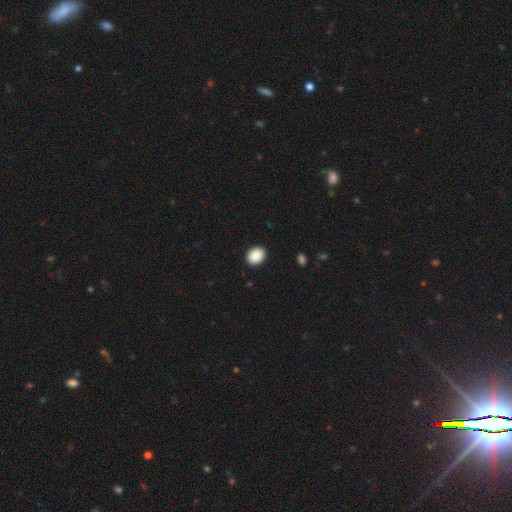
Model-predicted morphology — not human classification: This is clearly a smooth galaxy (90%). How rounded: possibly in between (56%). Merging: clearly none (91%).